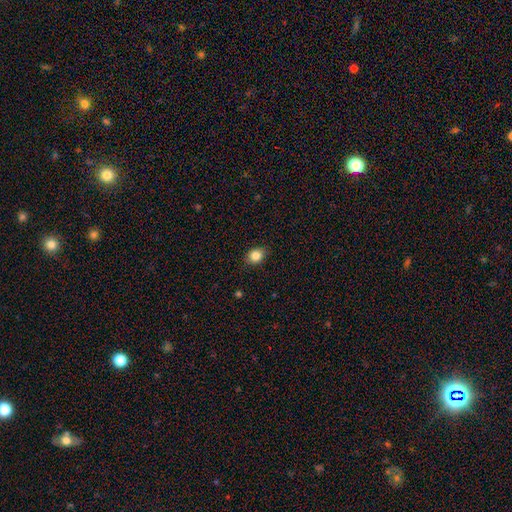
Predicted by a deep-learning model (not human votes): Smooth or featured: smooth — 84% (star or artifact — 10%)
How rounded: round — 53% (in between — 46%)
Merging: none — 86% (minor disturbance — 11%)